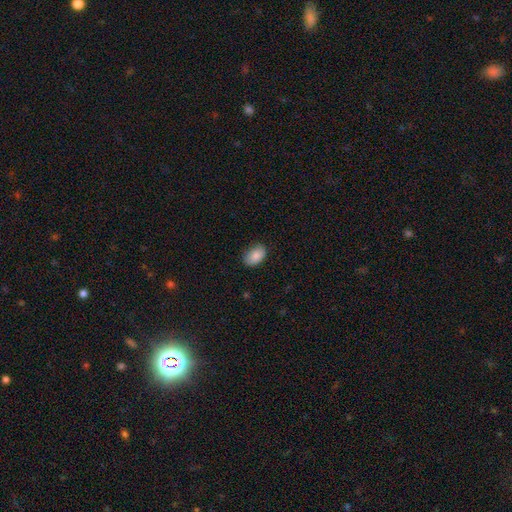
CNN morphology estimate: Overall: smooth (86%). How rounded: in between (88%). Merging: none (82%).